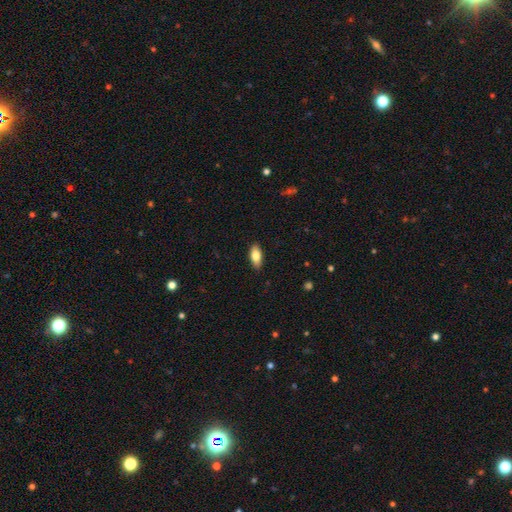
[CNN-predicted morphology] smooth_or_featured: smooth (p=0.79) [alt: featured or disk p=0.15]
how_rounded: in between (p=0.85) [alt: cigar-shaped p=0.12]
merging: none (p=0.87) [alt: minor disturbance p=0.10]